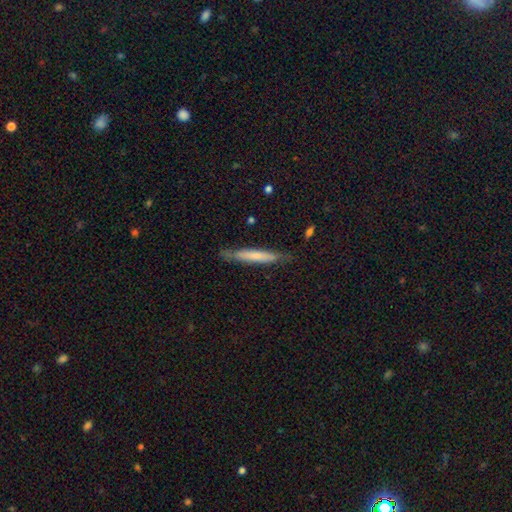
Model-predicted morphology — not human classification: A smooth galaxy with no disk features (61%) that is cigar-shaped (94%). Merging: none (80%).